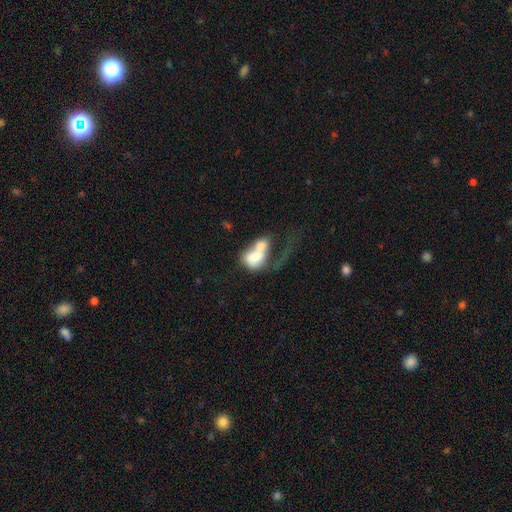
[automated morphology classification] Smooth or featured? Predicted: smooth (p=0.60). How rounded? Predicted: in between (p=0.74). Merging? Predicted: merger (p=0.65).